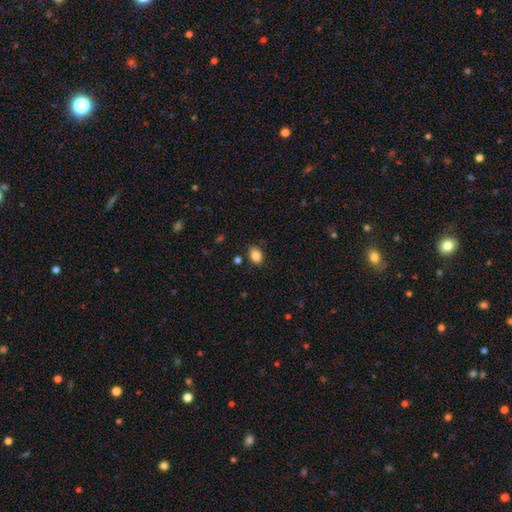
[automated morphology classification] Smooth or featured? smooth (86%)
How rounded? in between (77%)
Merging? none (83%)